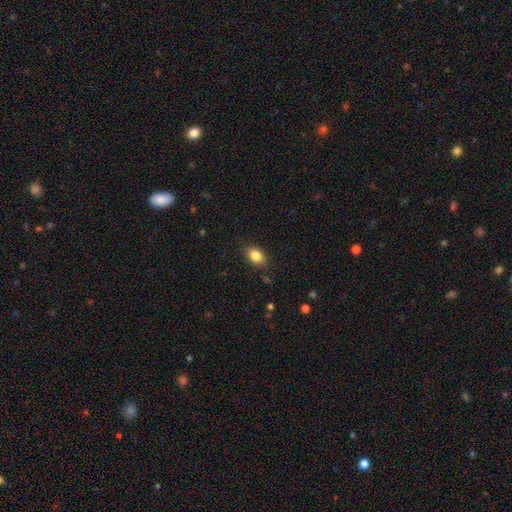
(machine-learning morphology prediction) Smooth or featured? Predicted: smooth (p=0.85). How rounded? Predicted: in between (p=0.81). Merging? Predicted: none (p=0.86).